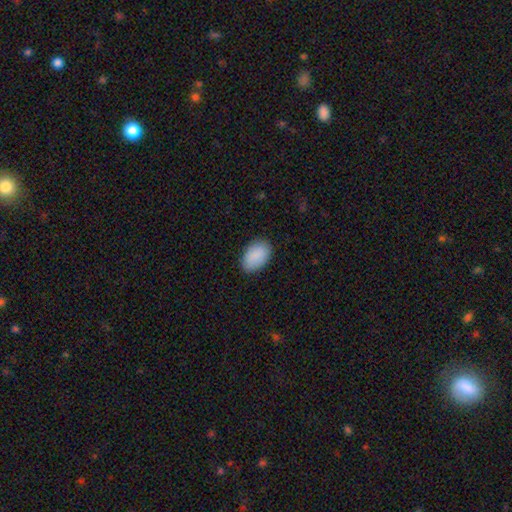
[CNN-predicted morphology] Q: Smooth or featured?
A: smooth (90%); runner-up: star or artifact (6%)
Q: How rounded?
A: in between (92%); runner-up: round (7%)
Q: Merging?
A: none (86%); runner-up: minor disturbance (11%)